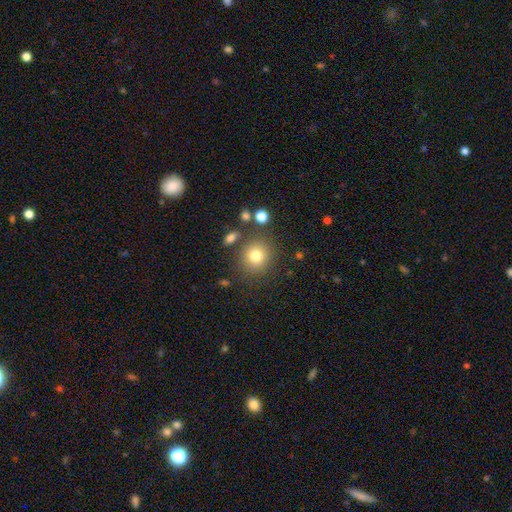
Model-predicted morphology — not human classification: type=smooth (77%); roundness=round (86%); merging=none (81%).